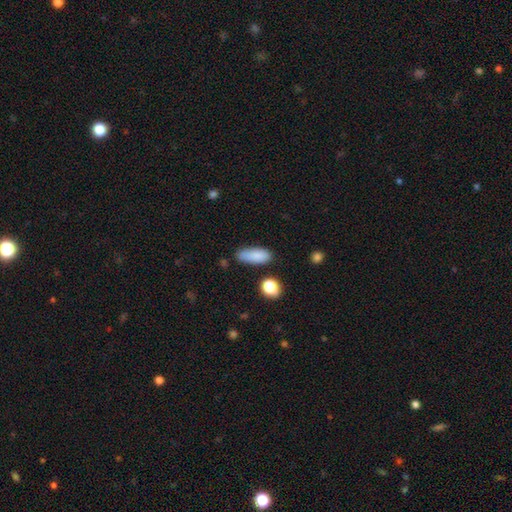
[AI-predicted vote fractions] smooth_or_featured: smooth (p=0.85) [alt: star or artifact p=0.08]
how_rounded: in between (p=0.73) [alt: cigar-shaped p=0.24]
merging: none (p=0.71) [alt: minor disturbance p=0.20]